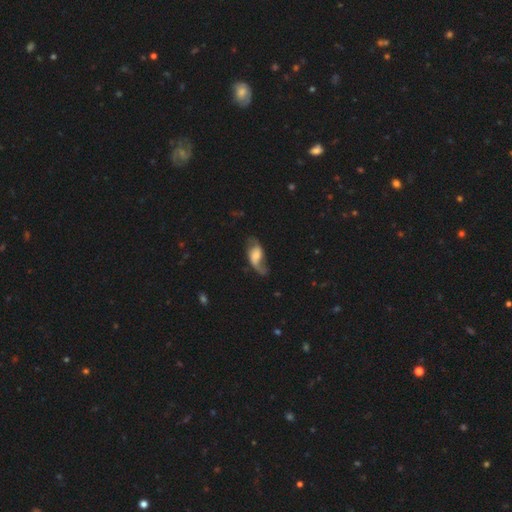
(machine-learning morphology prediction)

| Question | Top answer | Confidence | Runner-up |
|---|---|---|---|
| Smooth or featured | featured or disk | 68% | smooth (25%) |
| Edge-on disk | no | 94% | yes (6%) |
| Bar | no | 47% | weak (40%) |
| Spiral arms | yes | 89% | no (11%) |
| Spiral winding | loose | 73% | medium (21%) |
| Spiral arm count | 2 | 72% | 1 (20%) |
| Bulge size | moderate | 35% | small (32%) |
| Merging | none | 48% | major disturbance (25%) |